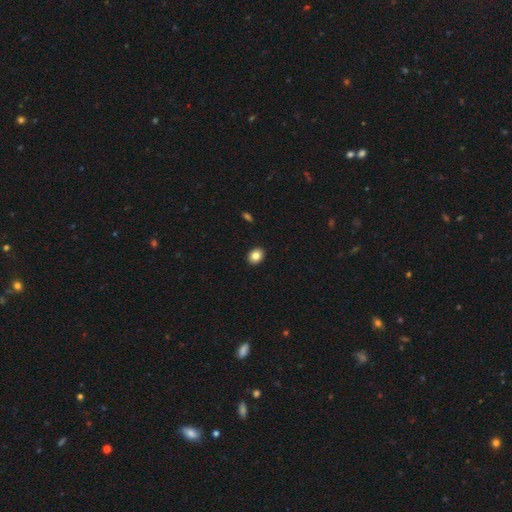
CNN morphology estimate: smooth 84%, star or artifact 9%, featured or disk 7%. Down the decision tree: how rounded — in between (51%); merging — none (92%).